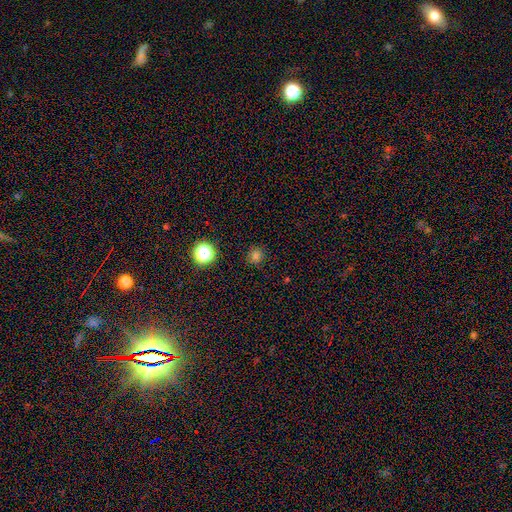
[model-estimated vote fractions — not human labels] A smooth galaxy with no disk features (75%) that is round (88%).

Vote fractions:
- Smooth or featured? smooth: 75% / star or artifact: 20% / featured or disk: 5%
- How rounded? round: 88% / in between: 11% / cigar-shaped: 1%
- Merging? none: 87% / minor disturbance: 9% / major disturbance: 3% / merger: 2%